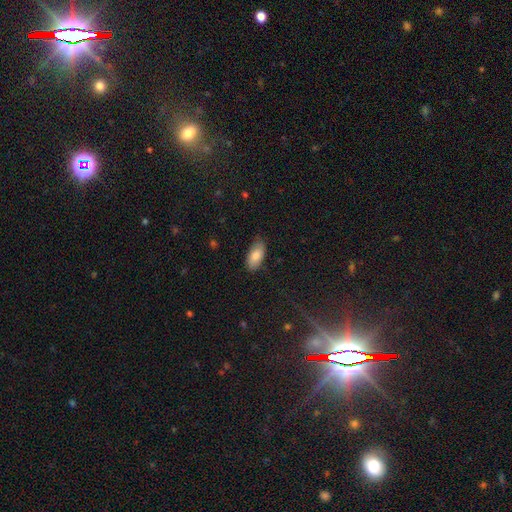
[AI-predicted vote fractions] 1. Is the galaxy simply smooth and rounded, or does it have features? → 84% smooth, 9% featured or disk, 7% star or artifact.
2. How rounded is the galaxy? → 91% in between, 6% cigar-shaped, 2% round.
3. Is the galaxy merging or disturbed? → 77% none, 19% minor disturbance, 3% major disturbance, 1% merger.